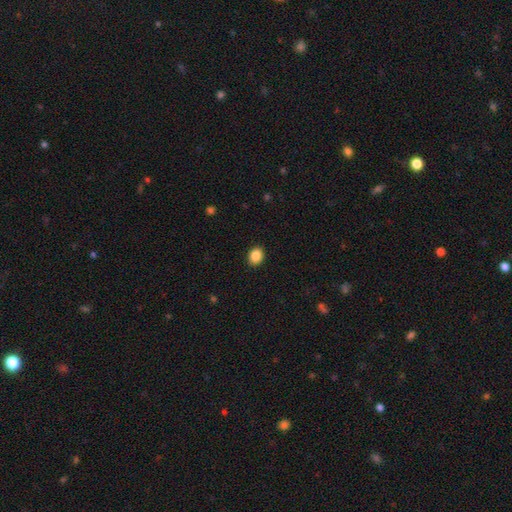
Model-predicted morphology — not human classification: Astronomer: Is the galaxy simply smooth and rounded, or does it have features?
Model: smooth — 87%.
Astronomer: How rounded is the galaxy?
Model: round — 50%, tied with in between at 50%.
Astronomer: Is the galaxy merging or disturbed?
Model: none — 91%.